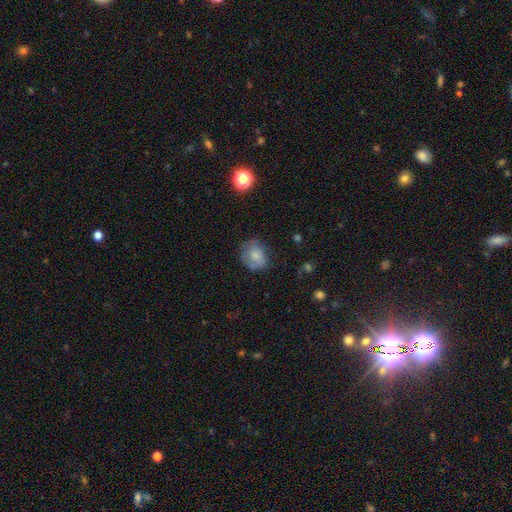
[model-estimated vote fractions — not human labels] The model was most divided on "how rounded": round: 61%, in between: 38%, cigar-shaped: 1%. More confident: smooth or featured — smooth (70%); merging — none (60%).